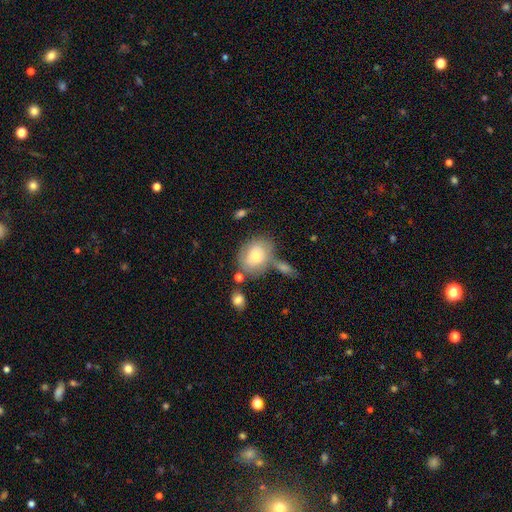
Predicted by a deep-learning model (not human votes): A smooth galaxy with no disk features (59%) that is round (53%).

Vote fractions:
- Smooth or featured? smooth: 59% / featured or disk: 33% / star or artifact: 8%
- How rounded? round: 53% / in between: 46% / cigar-shaped: 1%
- Merging? none: 49% / merger: 22% / minor disturbance: 20% / major disturbance: 9%